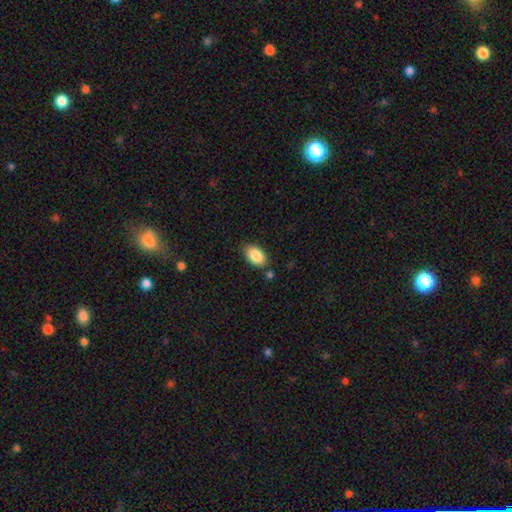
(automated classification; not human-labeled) Smooth or featured?
  - smooth: 87% *
  - featured or disk: 7%
  - star or artifact: 7%
How rounded?
  - in between: 93% *
  - round: 5%
  - cigar-shaped: 2%
Merging?
  - none: 80% *
  - minor disturbance: 13%
  - merger: 4%
  - major disturbance: 3%